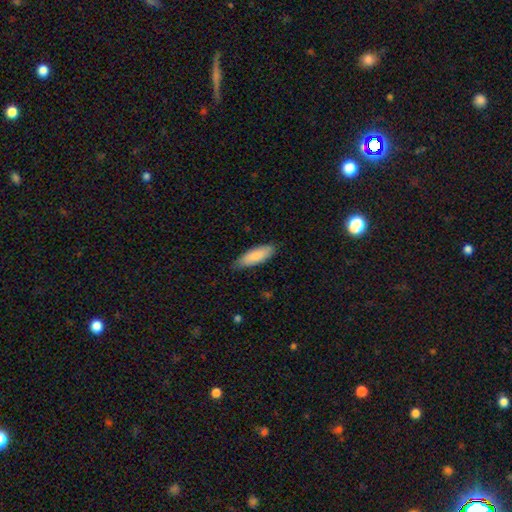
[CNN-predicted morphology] This is clearly a smooth galaxy (84%). How rounded: likely in between (64%). Merging: likely none (77%).